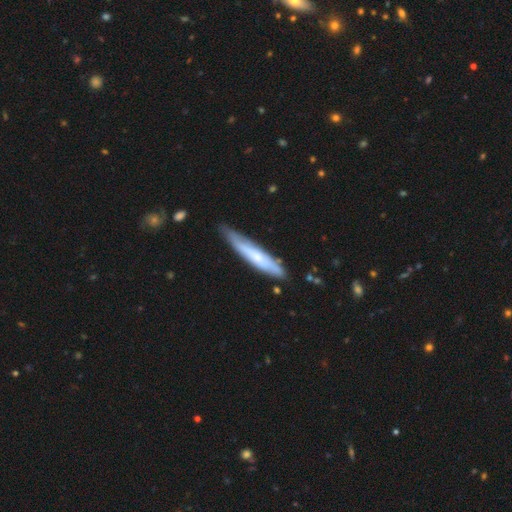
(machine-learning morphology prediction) smooth 49%, featured or disk 46%, star or artifact 6%. Down the decision tree: merging — none (74%).